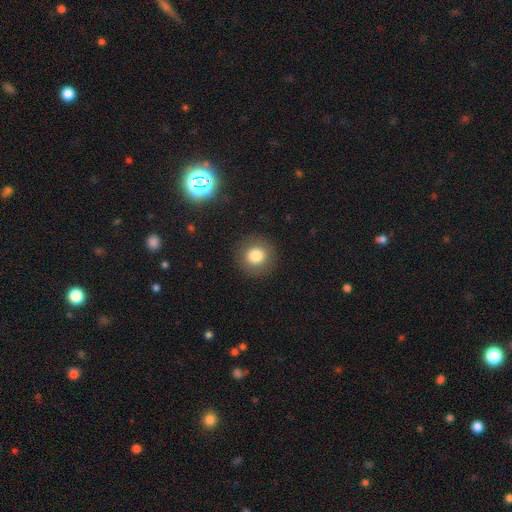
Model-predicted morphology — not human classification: This is clearly a smooth galaxy (80%). How rounded: clearly round (92%). Merging: clearly none (89%).